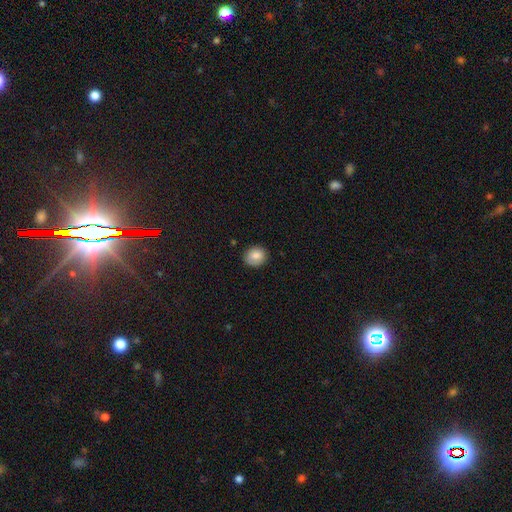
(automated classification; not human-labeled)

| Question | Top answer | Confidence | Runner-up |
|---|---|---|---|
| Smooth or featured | smooth | 85% | star or artifact (8%) |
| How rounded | round | 72% | in between (27%) |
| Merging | none | 85% | minor disturbance (11%) |